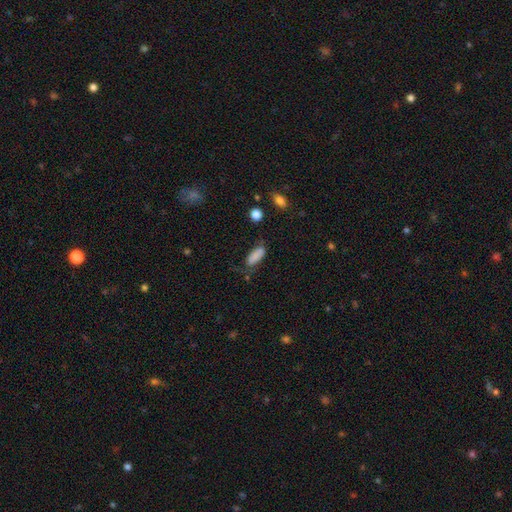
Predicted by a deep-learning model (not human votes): smooth-or-featured: smooth: 83% | star or artifact: 9% | featured or disk: 8%
  how-rounded: in between: 72% | cigar-shaped: 25% | round: 3%
  merging: none: 54% | minor disturbance: 28% | major disturbance: 13% | merger: 5%